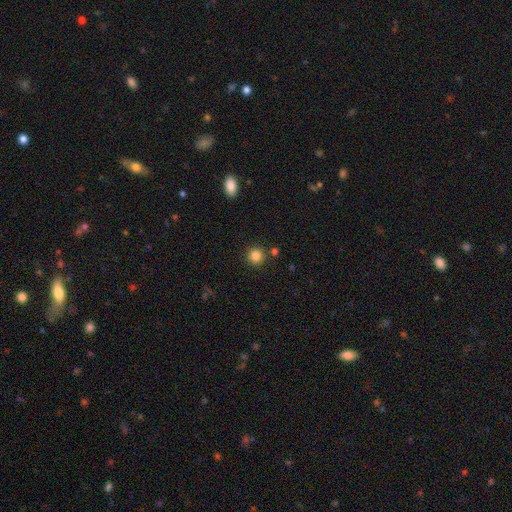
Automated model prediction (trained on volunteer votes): Overall: smooth (84%). How rounded: round (94%). Merging: none (86%).